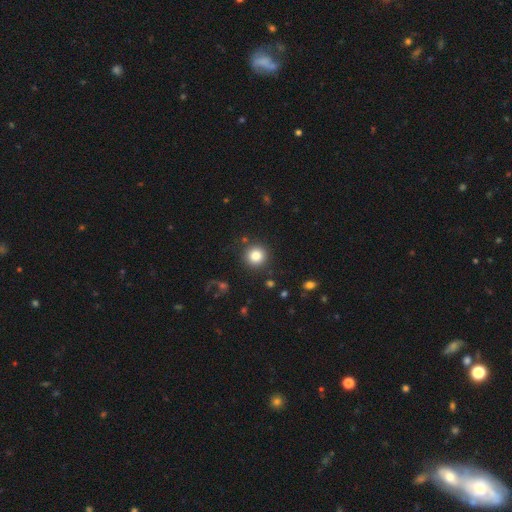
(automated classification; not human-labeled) This appears to be a smooth galaxy with no disk features (84%) that is round (94%). Merging: none (89%).